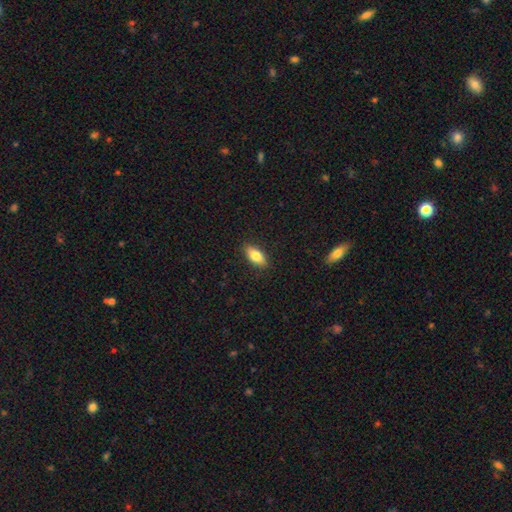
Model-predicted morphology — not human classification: The model was most divided on "smooth or featured": smooth: 80%, featured or disk: 13%, star or artifact: 7%. More confident: merging — none (88%); how rounded — in between (84%).